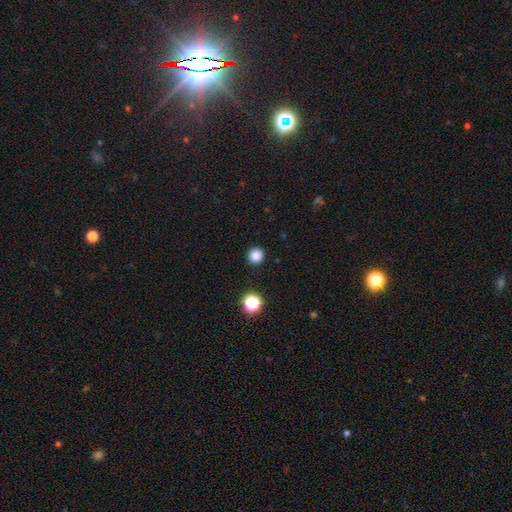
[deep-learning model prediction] smooth_or_featured: smooth (p=0.84) [alt: star or artifact p=0.13]
how_rounded: round (p=0.93) [alt: in between p=0.06]
merging: none (p=0.92) [alt: minor disturbance p=0.05]